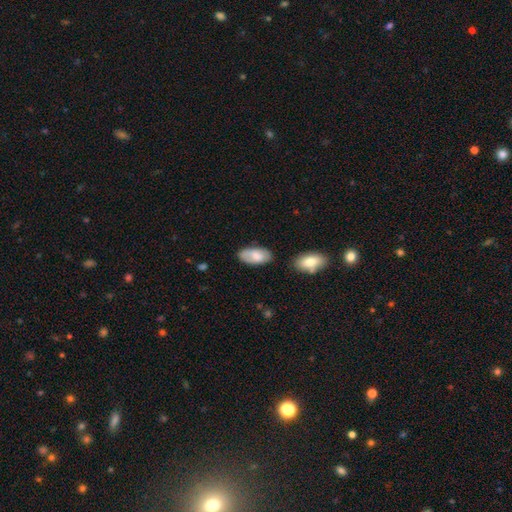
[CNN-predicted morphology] The model was most divided on "merging": none: 69%, minor disturbance: 21%, merger: 5%, major disturbance: 5%. More confident: how rounded — in between (94%); smooth or featured — smooth (75%).